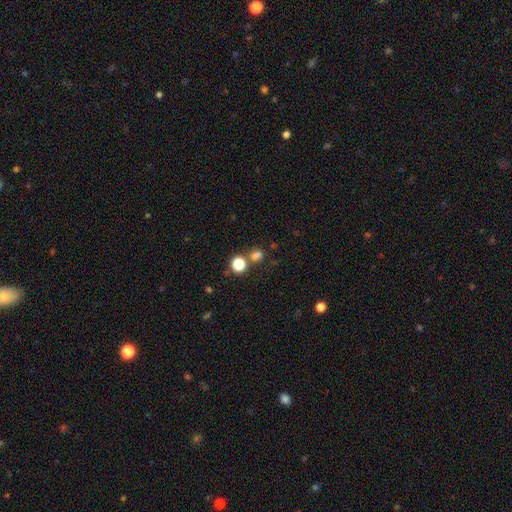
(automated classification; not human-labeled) Smooth or featured: smooth — 71% (star or artifact — 23%)
How rounded: round — 69% (in between — 29%)
Merging: none — 65% (merger — 22%)